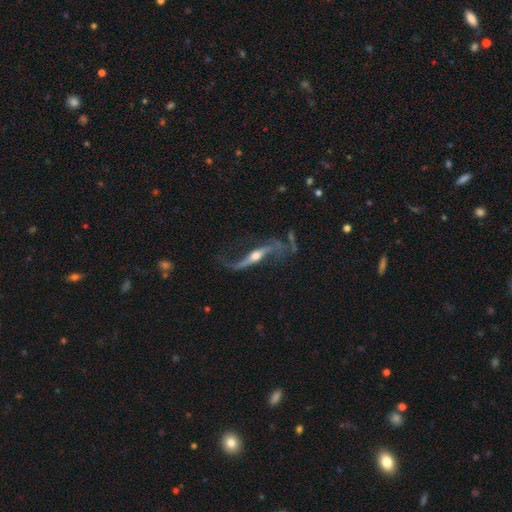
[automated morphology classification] Smooth or featured? featured or disk (84%)
Edge-on disk? no (51%)
Merging? none (52%)